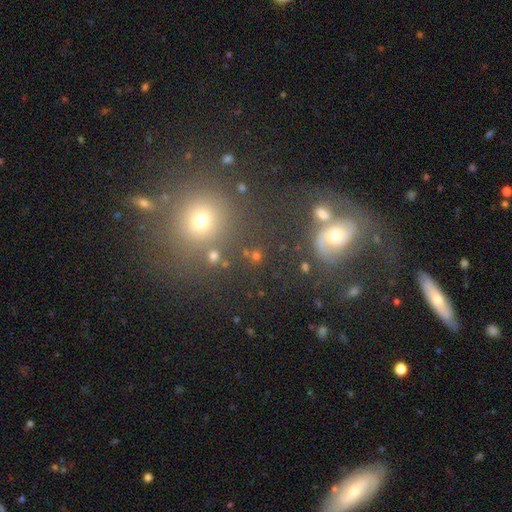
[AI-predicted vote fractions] A smooth galaxy with no disk features (54%) that is round (77%). Merging: none (70%).